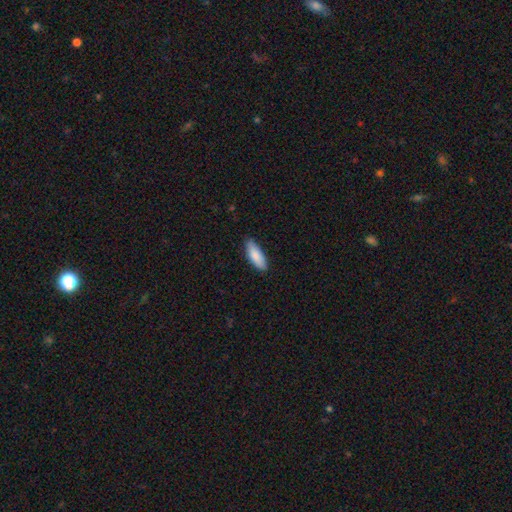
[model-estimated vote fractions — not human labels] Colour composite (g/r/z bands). It shows a smooth galaxy with no disk features (85%) that is in between round and cigar-shaped (70%). Merging: none (82%).